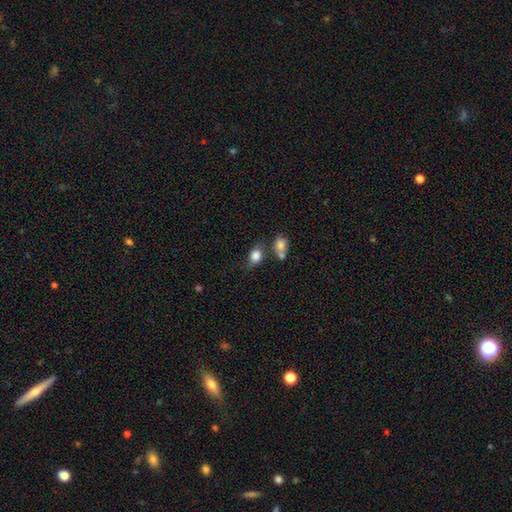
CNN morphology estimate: smooth-or-featured: smooth: 82% | featured or disk: 9% | star or artifact: 9%
  how-rounded: in between: 61% | round: 37% | cigar-shaped: 2%
  merging: none: 48% | merger: 24% | minor disturbance: 20% | major disturbance: 8%